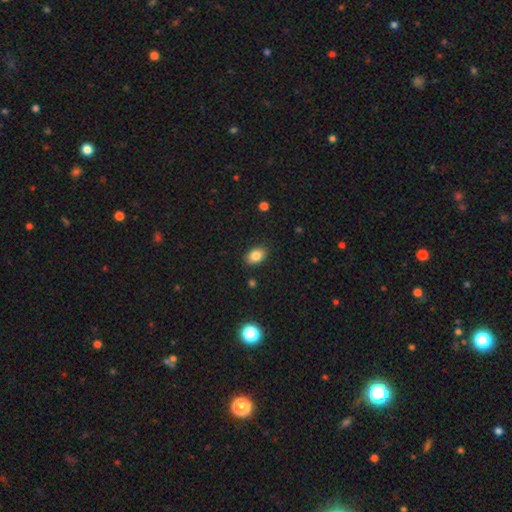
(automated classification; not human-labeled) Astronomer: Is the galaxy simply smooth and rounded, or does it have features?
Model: smooth — 83%.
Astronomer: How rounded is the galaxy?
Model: in between — 85%.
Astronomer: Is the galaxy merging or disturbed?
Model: none — 87%.